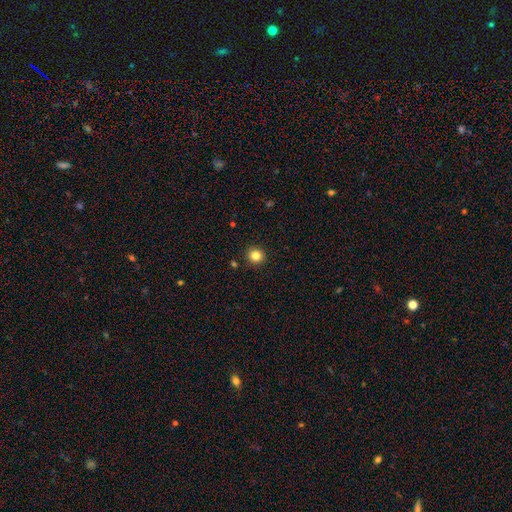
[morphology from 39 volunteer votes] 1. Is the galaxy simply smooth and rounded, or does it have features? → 85% smooth, 10% star or artifact, 5% featured or disk.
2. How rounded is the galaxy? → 91% round, 9% in between, 0% cigar-shaped.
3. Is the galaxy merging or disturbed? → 91% none, 6% merger, 3% minor disturbance, 0% major disturbance.